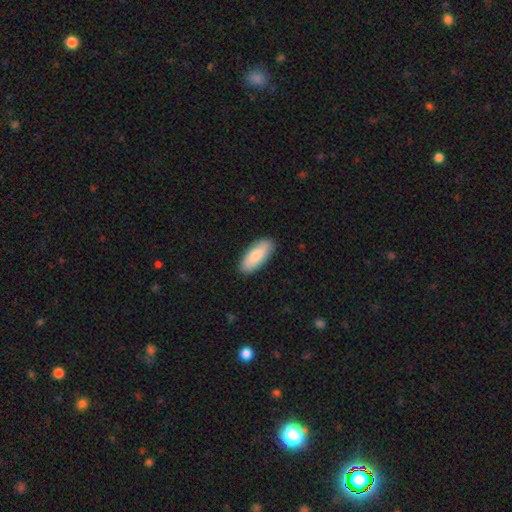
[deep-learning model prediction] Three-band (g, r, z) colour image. It shows a smooth galaxy with no disk features (83%) that is in between round and cigar-shaped (83%). Merging: none (89%).